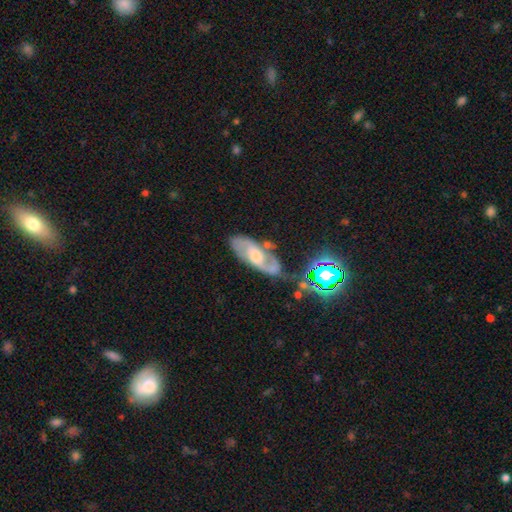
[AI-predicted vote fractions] featured or disk 72%, smooth 19%, star or artifact 9%. Down the decision tree: edge-on disk — no (89%); bar — no (45%); spiral arms — yes (88%); spiral arm count — 2 (80%); spiral winding — medium (49%); bulge size — moderate (61%); merging — none (62%).